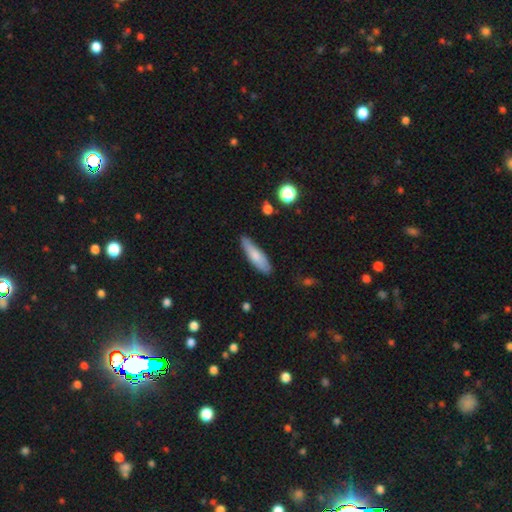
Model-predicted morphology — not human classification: smooth 75%, featured or disk 19%, star or artifact 6%. Down the decision tree: how rounded — cigar-shaped (66%); merging — none (81%).